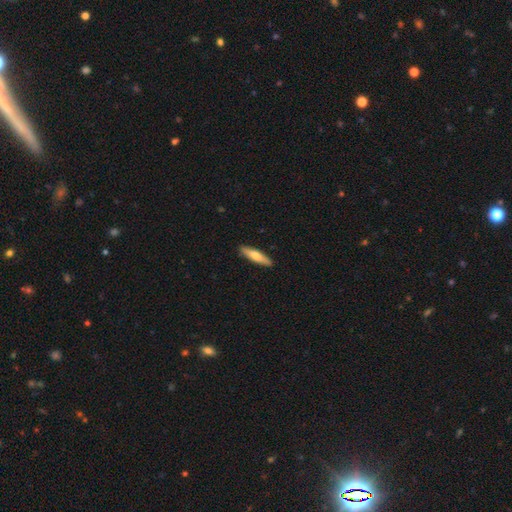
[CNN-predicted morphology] A smooth galaxy with no disk features (69%) that is cigar-shaped (80%). Merging: none (90%).